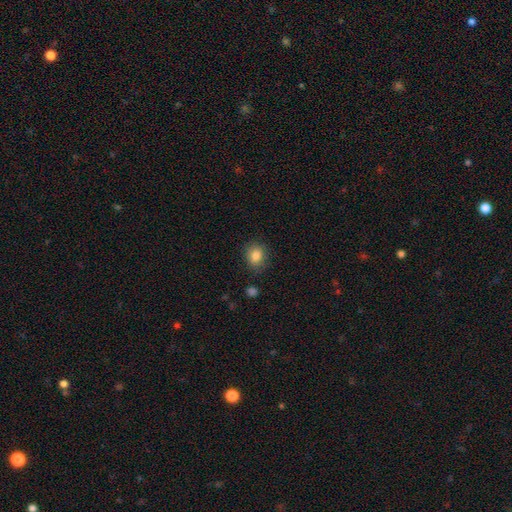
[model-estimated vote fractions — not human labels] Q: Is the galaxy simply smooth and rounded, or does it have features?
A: smooth — 84%.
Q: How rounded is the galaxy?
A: round — 62%.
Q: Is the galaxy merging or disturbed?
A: none — 83%.